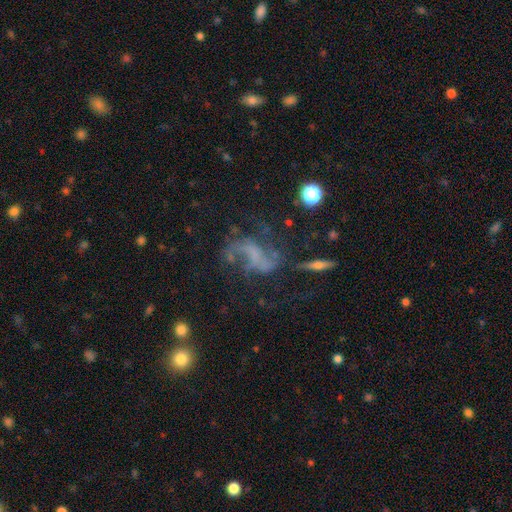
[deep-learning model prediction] A featured or disk galaxy (66%) with no bar (55%), spiral arms (75%) and no central bulge (67%). Merging: none (43%).